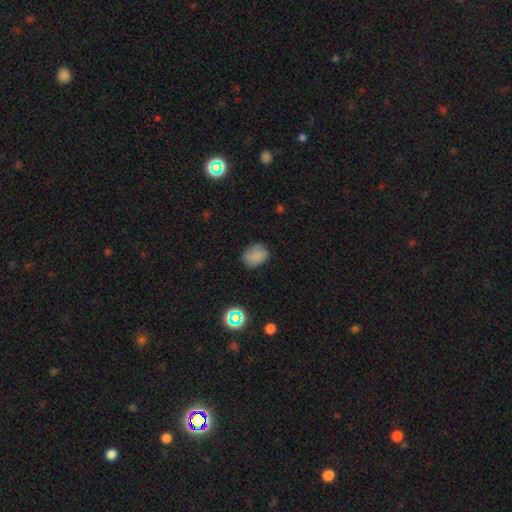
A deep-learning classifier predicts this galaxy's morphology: The model was most divided on "how rounded": in between: 52%, round: 47%, cigar-shaped: 1%. More confident: smooth or featured — smooth (80%); merging — none (75%).